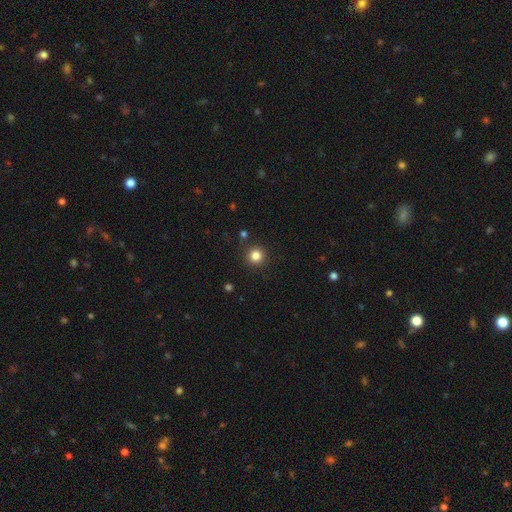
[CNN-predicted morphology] Smooth or featured?
  - smooth: 83% *
  - star or artifact: 13%
  - featured or disk: 4%
How rounded?
  - round: 95% *
  - in between: 4%
  - cigar-shaped: 1%
Merging?
  - none: 90% *
  - minor disturbance: 6%
  - major disturbance: 2%
  - merger: 2%